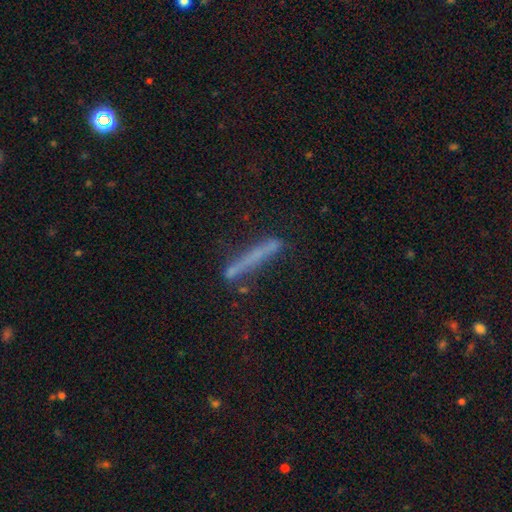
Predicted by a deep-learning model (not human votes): This appears to be a smooth galaxy with no disk features (52%) that is cigar-shaped (95%). Merging: none (73%).